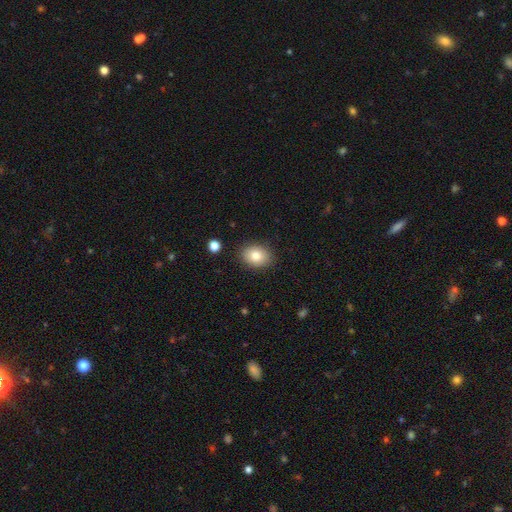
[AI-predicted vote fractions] A smooth galaxy with no disk features (82%) that is in between round and cigar-shaped (66%).

Vote fractions:
- Smooth or featured? smooth: 82% / featured or disk: 9% / star or artifact: 9%
- How rounded? in between: 66% / round: 33% / cigar-shaped: 1%
- Merging? none: 87% / minor disturbance: 9% / major disturbance: 2% / merger: 1%